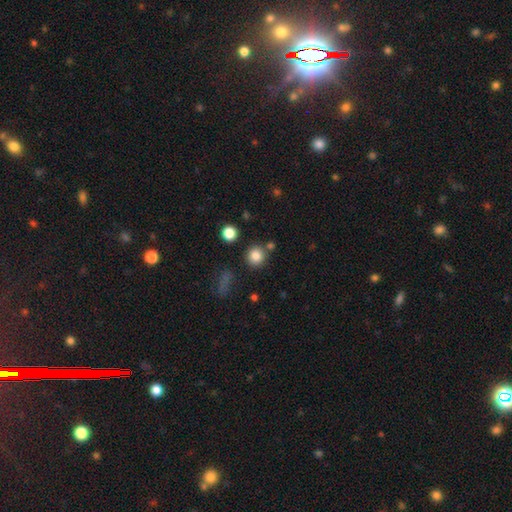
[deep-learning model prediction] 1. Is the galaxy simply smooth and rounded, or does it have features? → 82% smooth, 11% star or artifact, 6% featured or disk.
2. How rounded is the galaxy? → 91% round, 8% in between, 1% cigar-shaped.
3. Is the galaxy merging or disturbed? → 81% none, 8% merger, 8% minor disturbance, 3% major disturbance.